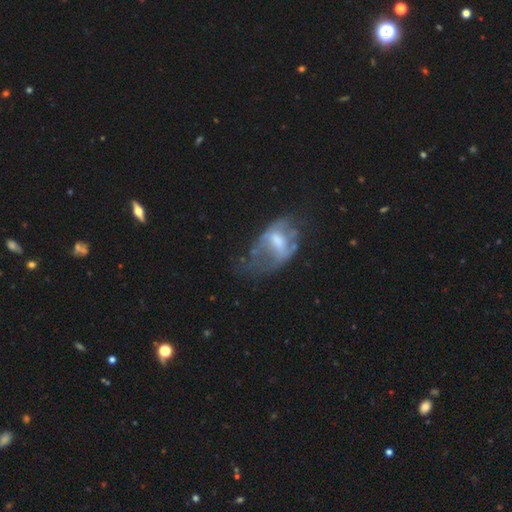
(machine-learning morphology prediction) Smooth or featured: featured or disk — 58% (smooth — 27%)
Edge-on disk: no — 93% (yes — 7%)
Bar: no — 42% (weak — 41%)
Spiral arms: no — 63% (yes — 37%)
Bulge size: moderate — 45% (small — 32%)
Merging: major disturbance — 37% (none — 34%)